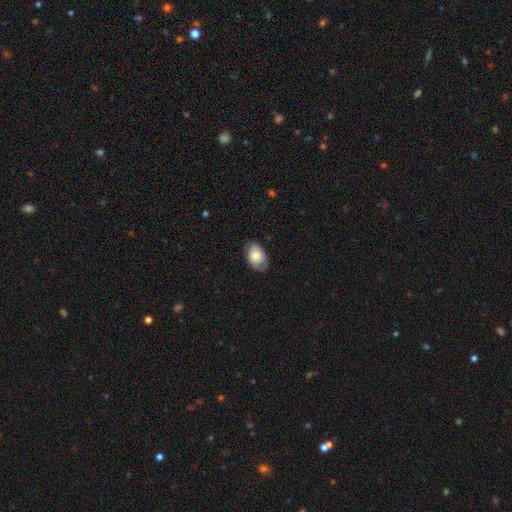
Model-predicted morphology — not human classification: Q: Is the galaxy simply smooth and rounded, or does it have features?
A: smooth — 74%.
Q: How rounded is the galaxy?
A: in between — 87%.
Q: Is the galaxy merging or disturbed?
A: none — 70%.